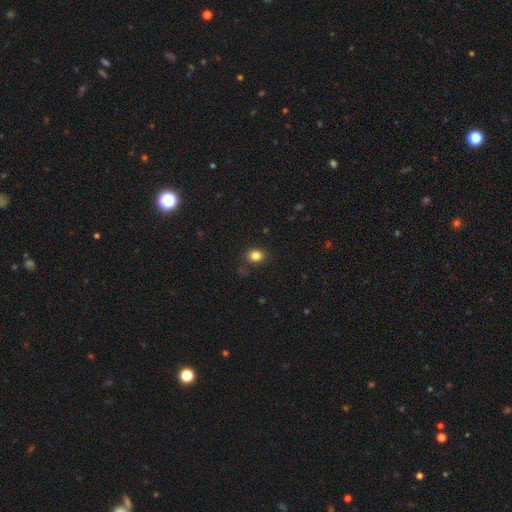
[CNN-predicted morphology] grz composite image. It shows a smooth galaxy with no disk features (83%) that is round (55%). Merging: none (84%).